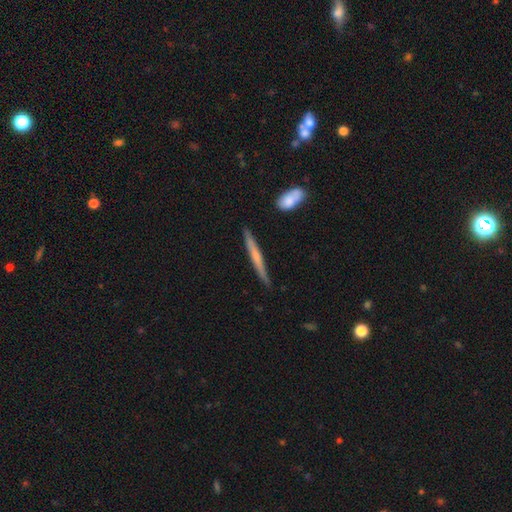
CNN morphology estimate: smooth 50%, featured or disk 45%, star or artifact 6%. Down the decision tree: merging — none (84%).